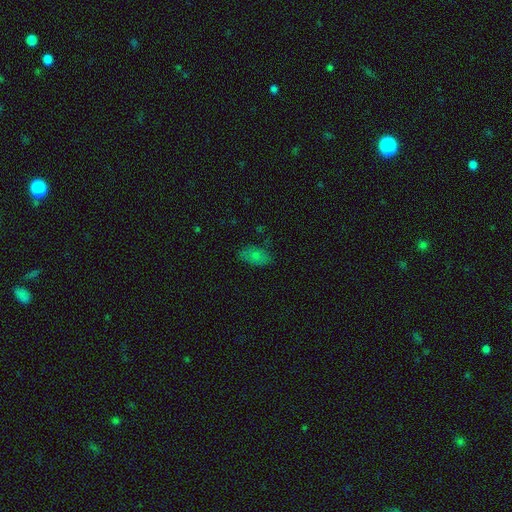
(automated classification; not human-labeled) Smooth or featured?
  - smooth: 73% *
  - featured or disk: 16%
  - star or artifact: 11%
How rounded?
  - in between: 90% *
  - round: 7%
  - cigar-shaped: 2%
Merging?
  - none: 73% *
  - minor disturbance: 21%
  - major disturbance: 5%
  - merger: 2%